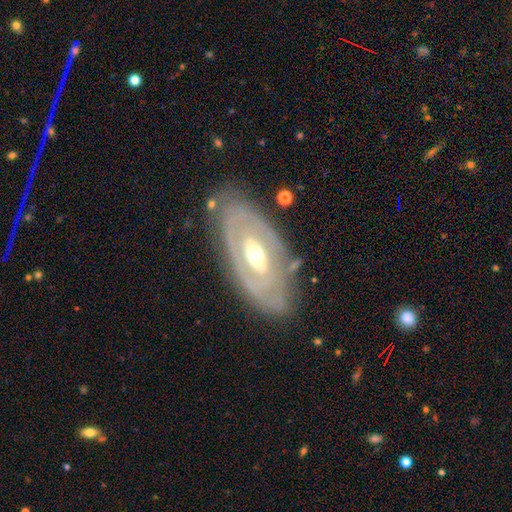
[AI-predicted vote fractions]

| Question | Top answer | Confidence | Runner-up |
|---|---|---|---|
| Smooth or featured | featured or disk | 78% | smooth (17%) |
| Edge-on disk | no | 89% | yes (11%) |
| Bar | no | 57% | weak (26%) |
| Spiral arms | no | 56% | yes (44%) |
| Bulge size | moderate | 71% | small (19%) |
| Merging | none | 74% | minor disturbance (17%) |